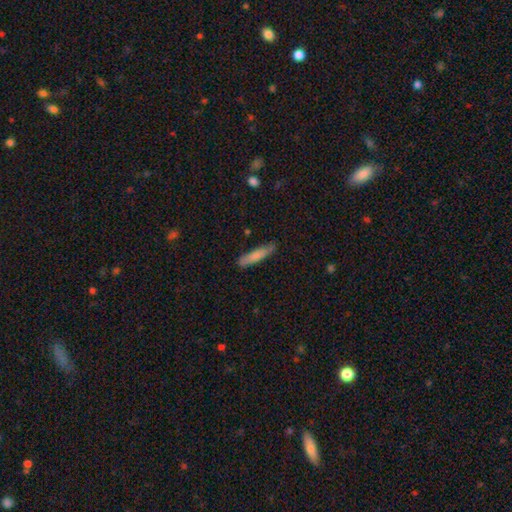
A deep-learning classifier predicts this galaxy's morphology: smooth-or-featured: smooth: 77% | featured or disk: 17% | star or artifact: 5%
  how-rounded: cigar-shaped: 82% | in between: 17% | round: 1%
  merging: none: 78% | minor disturbance: 17% | major disturbance: 3% | merger: 2%